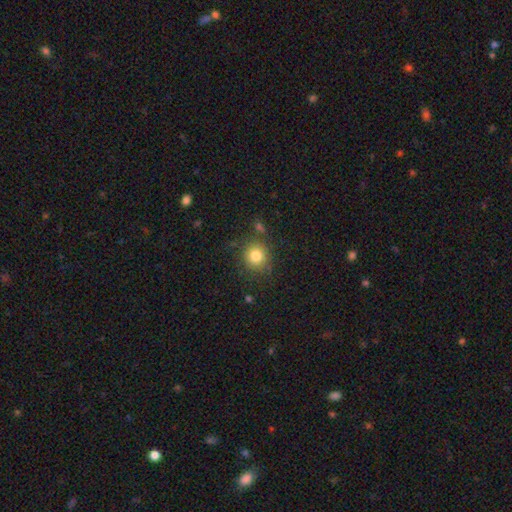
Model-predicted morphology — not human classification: smooth 81%, star or artifact 11%, featured or disk 7%. Down the decision tree: how rounded — round (89%); merging — none (80%).